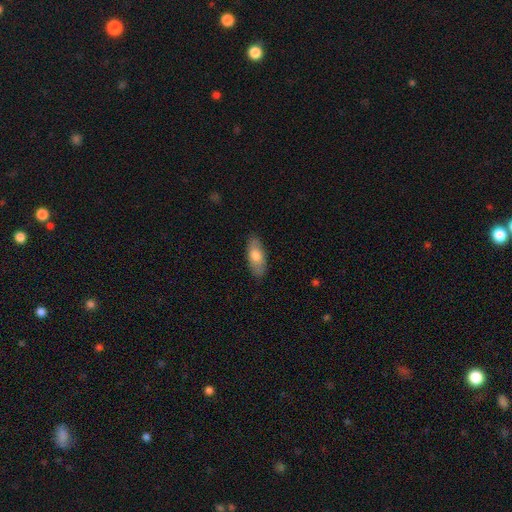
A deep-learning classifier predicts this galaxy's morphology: Smooth or featured?
  - smooth: 74% *
  - featured or disk: 21%
  - star or artifact: 6%
How rounded?
  - in between: 82% *
  - cigar-shaped: 16%
  - round: 3%
Merging?
  - none: 83% *
  - minor disturbance: 13%
  - major disturbance: 3%
  - merger: 1%